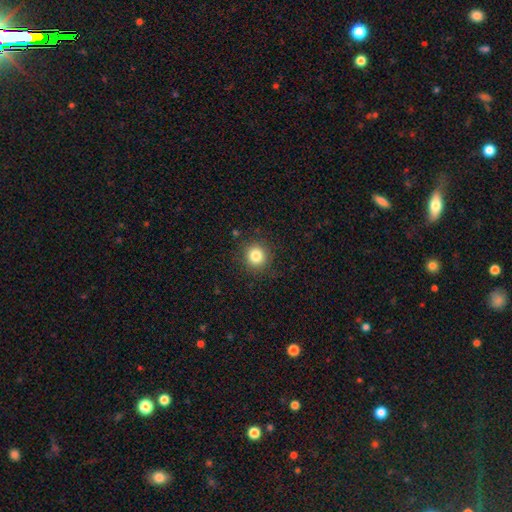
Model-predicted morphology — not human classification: A smooth galaxy with no disk features (83%) that is round (92%). Merging: none (89%).